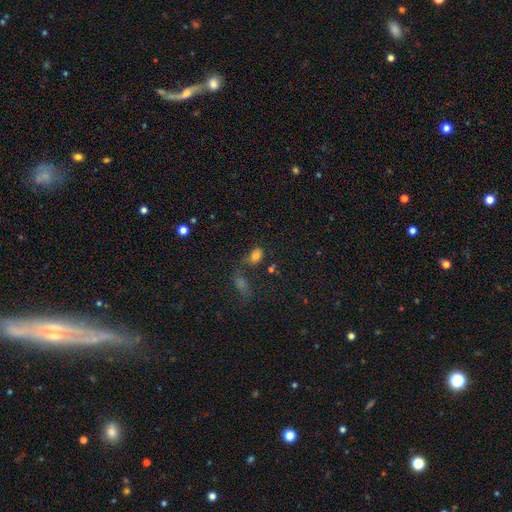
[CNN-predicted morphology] Smooth or featured?
  - smooth: 72% *
  - star or artifact: 20%
  - featured or disk: 9%
How rounded?
  - in between: 82% *
  - round: 16%
  - cigar-shaped: 2%
Merging?
  - none: 49% *
  - merger: 21%
  - minor disturbance: 17%
  - major disturbance: 13%